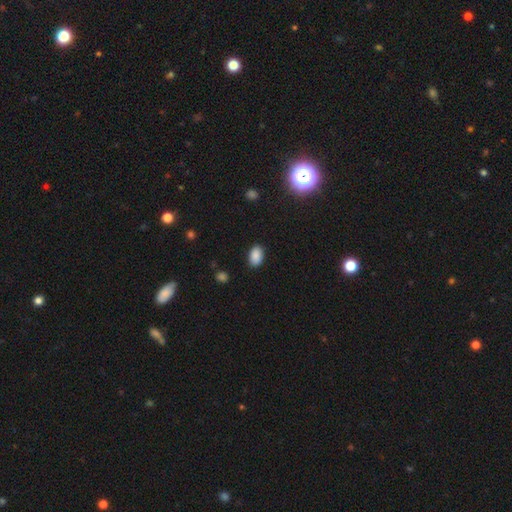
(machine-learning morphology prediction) This appears to be a smooth galaxy with no disk features (88%) that is in between round and cigar-shaped (88%). Merging: none (85%).